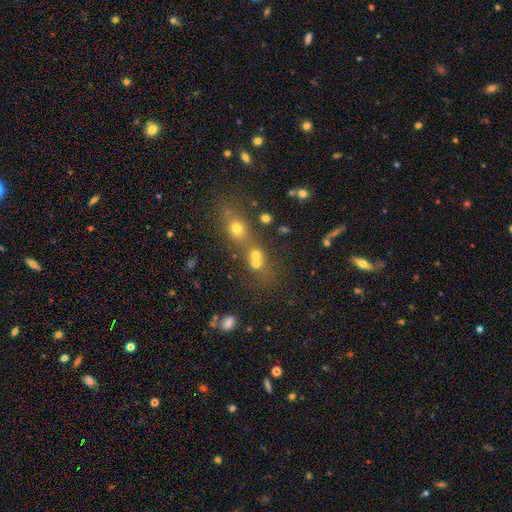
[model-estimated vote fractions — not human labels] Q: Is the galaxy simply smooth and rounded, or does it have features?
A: smooth — 64%.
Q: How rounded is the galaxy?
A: round — 70%.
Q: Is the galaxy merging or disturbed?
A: merger — 51%.